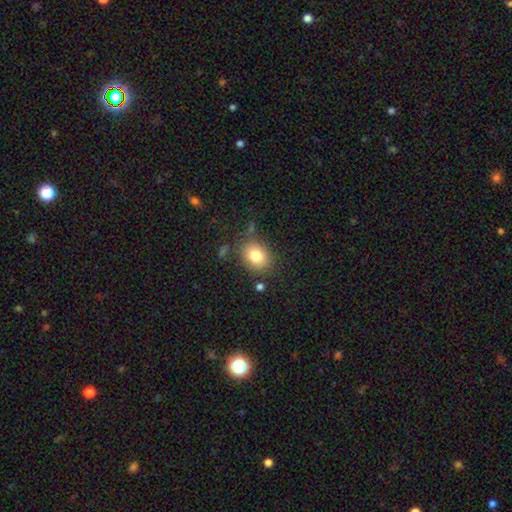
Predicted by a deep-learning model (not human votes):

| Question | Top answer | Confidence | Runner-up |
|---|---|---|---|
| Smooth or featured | smooth | 80% | star or artifact (10%) |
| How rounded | in between | 52% | round (47%) |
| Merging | none | 79% | minor disturbance (13%) |